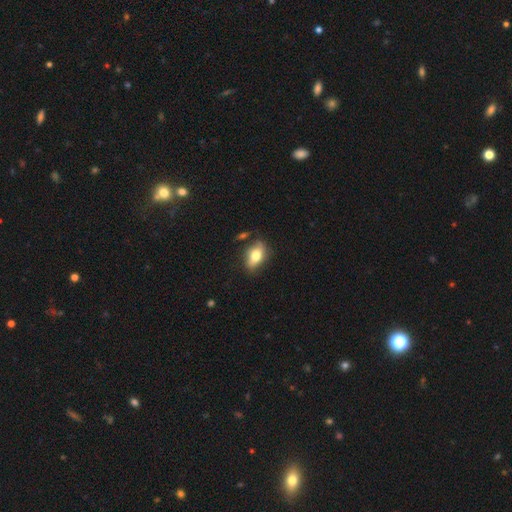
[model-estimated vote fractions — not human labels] Morphology: type=smooth (71%); roundness=in between (84%); merging=none (69%).